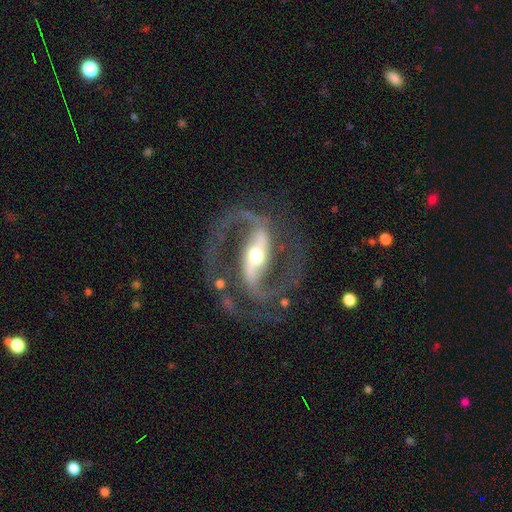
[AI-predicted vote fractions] featured or disk 93%, star or artifact 4%, smooth 3%. Down the decision tree: edge-on disk — no (96%); bar — strong (75%); spiral arms — yes (97%); spiral arm count — 2 (94%); spiral winding — medium (64%); bulge size — moderate (61%); merging — none (77%).